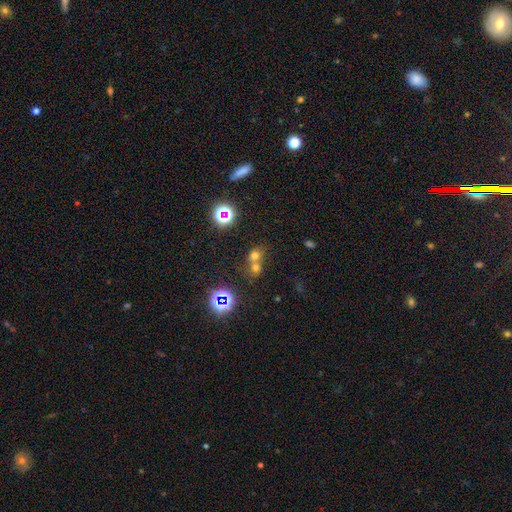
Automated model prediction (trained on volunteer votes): Overall: smooth (56%; star or artifact 31%). How rounded: round (75%). Merging: merger (55%; none 36%).